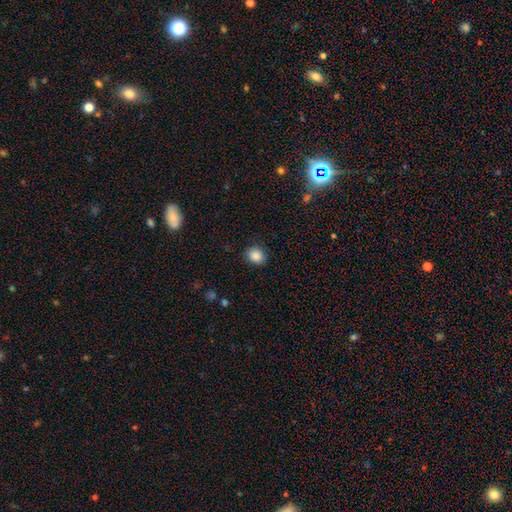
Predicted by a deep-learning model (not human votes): smooth-or-featured: smooth: 87% | star or artifact: 9% | featured or disk: 4%
  how-rounded: round: 71% | in between: 28% | cigar-shaped: 1%
  merging: none: 88% | minor disturbance: 9% | major disturbance: 2% | merger: 1%